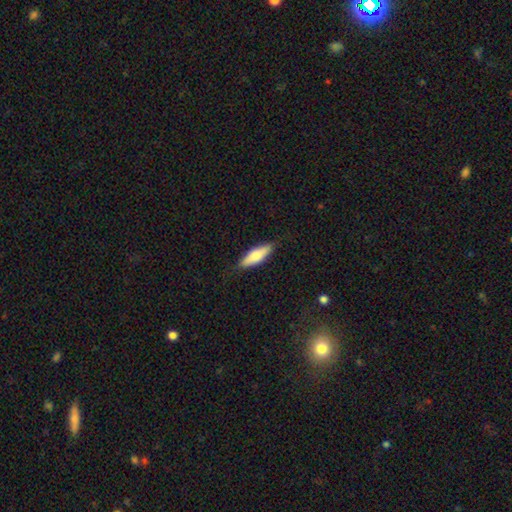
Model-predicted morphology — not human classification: smooth-or-featured: smooth: 72% | featured or disk: 23% | star or artifact: 5%
  how-rounded: in between: 50% | cigar-shaped: 48% | round: 2%
  merging: none: 84% | minor disturbance: 13% | major disturbance: 2% | merger: 1%